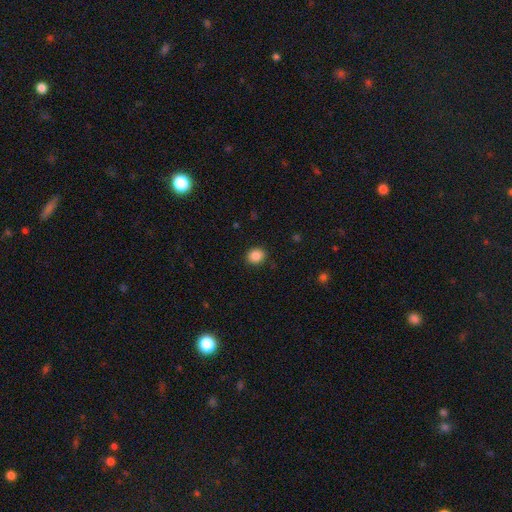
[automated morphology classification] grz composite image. It shows a smooth galaxy with no disk features (87%) that is round (72%). Merging: none (89%).